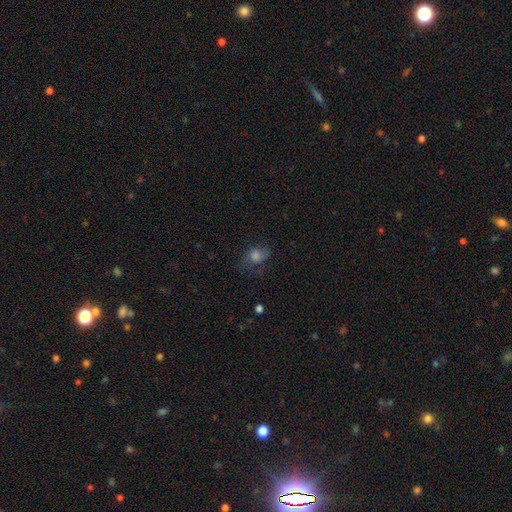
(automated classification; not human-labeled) smooth_or_featured: smooth (p=0.57) [alt: featured or disk p=0.24]
how_rounded: in between (p=0.52) [alt: round p=0.46]
merging: none (p=0.57) [alt: minor disturbance p=0.23]